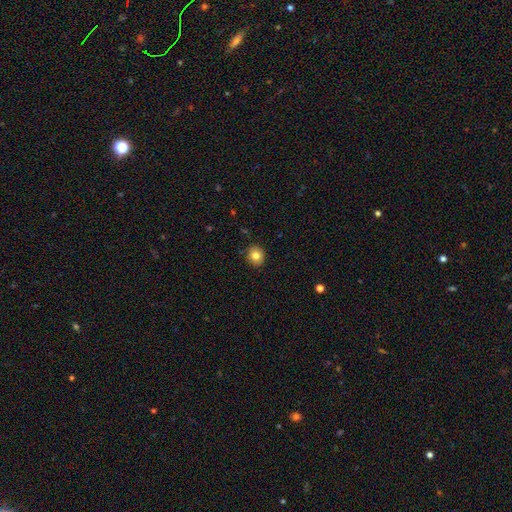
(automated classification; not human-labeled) Q: Smooth or featured?
A: smooth (81%); runner-up: star or artifact (10%)
Q: How rounded?
A: round (82%); runner-up: in between (18%)
Q: Merging?
A: none (88%); runner-up: minor disturbance (9%)